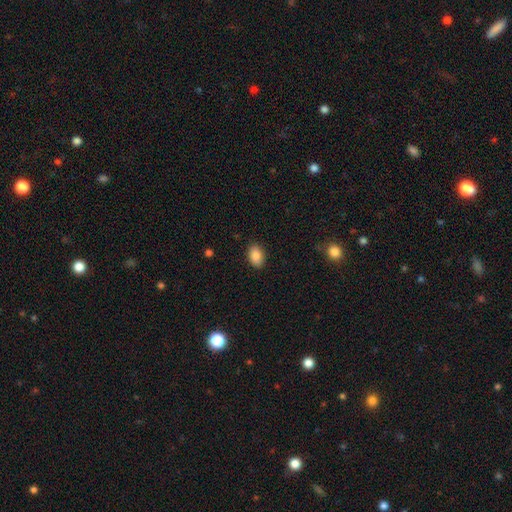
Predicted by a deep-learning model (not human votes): Overall: smooth (88%). How rounded: in between (87%). Merging: none (88%).